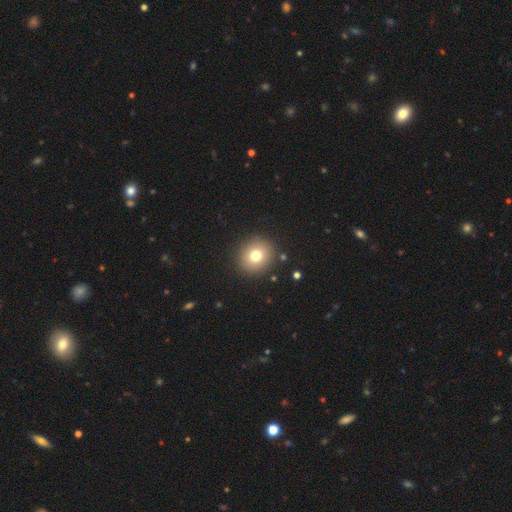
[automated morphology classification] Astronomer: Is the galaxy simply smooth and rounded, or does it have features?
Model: smooth — 76%.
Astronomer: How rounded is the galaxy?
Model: round — 86%.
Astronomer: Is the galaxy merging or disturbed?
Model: none — 90%.